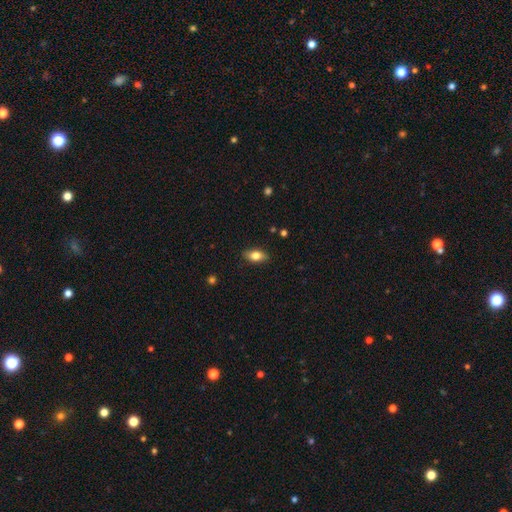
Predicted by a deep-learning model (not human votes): Smooth or featured? smooth (75%)
How rounded? in between (85%)
Merging? none (87%)